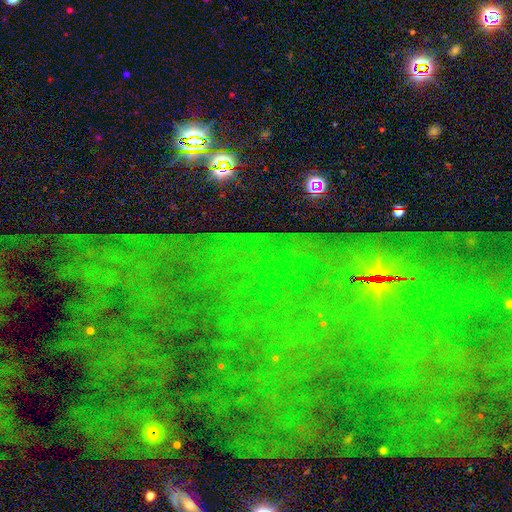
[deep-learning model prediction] The model was most divided on "smooth or featured": star or artifact: 71%, featured or disk: 16%, smooth: 13%.